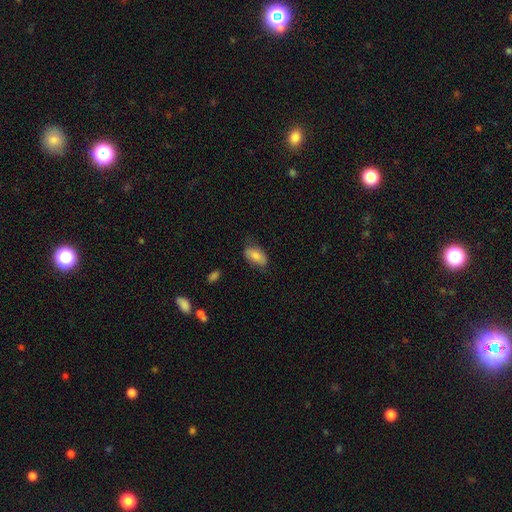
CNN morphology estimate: A smooth galaxy with no disk features (79%) that is in between round and cigar-shaped (92%).

Vote fractions:
- Smooth or featured? smooth: 79% / featured or disk: 14% / star or artifact: 7%
- How rounded? in between: 92% / round: 4% / cigar-shaped: 4%
- Merging? none: 65% / minor disturbance: 27% / major disturbance: 7% / merger: 2%